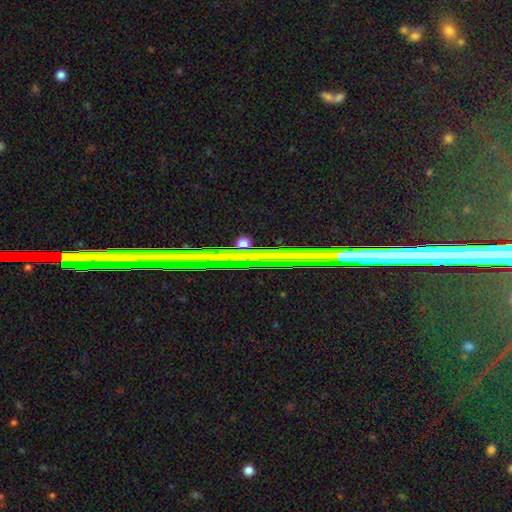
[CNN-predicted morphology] A star or artifact, not a galaxy (72%).

Vote fractions:
- Smooth or featured? star or artifact: 72% / featured or disk: 17% / smooth: 11%